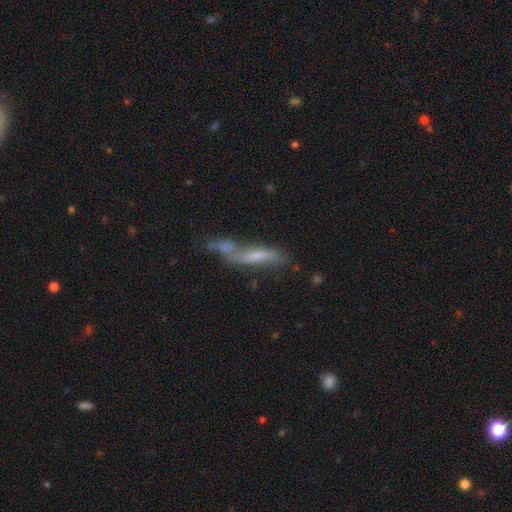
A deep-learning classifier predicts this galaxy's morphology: The model was most divided on "smooth or featured": smooth: 48%, featured or disk: 42%, star or artifact: 10%. Remaining: merging — merger (38%).